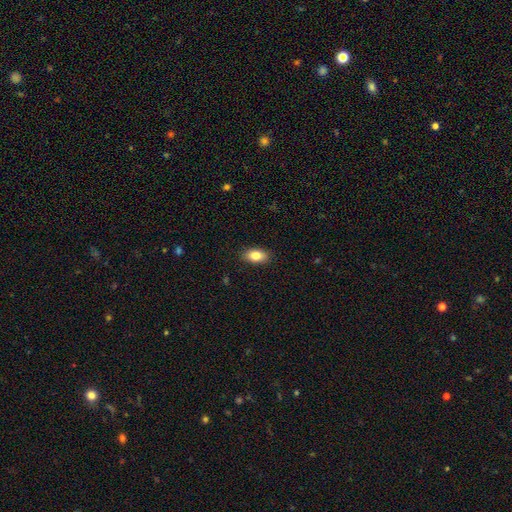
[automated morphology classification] A smooth galaxy with no disk features (82%) that is in between round and cigar-shaped (89%). Merging: none (87%).